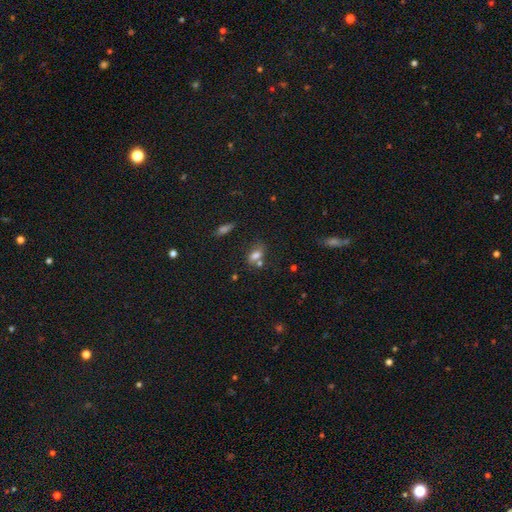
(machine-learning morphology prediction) Overall: smooth (70%). How rounded: in between (76%). Merging: none (49%; merger 27%).